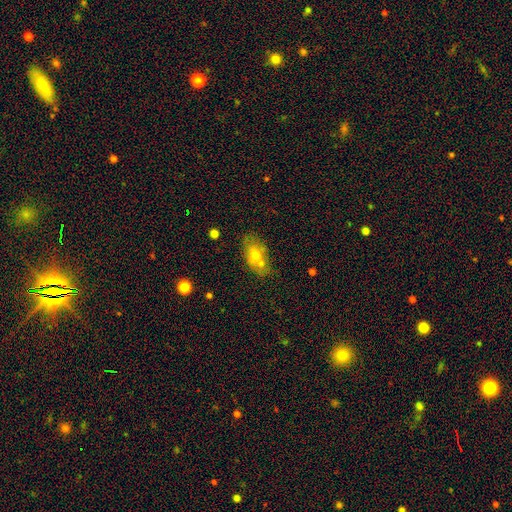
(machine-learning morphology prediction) This appears to be a smooth galaxy with no disk features (63%) that is in between round and cigar-shaped (86%). Merging: none (51%).